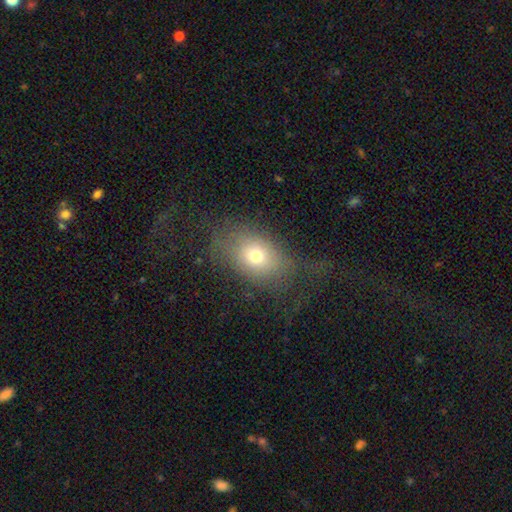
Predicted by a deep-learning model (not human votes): smooth 68%, featured or disk 18%, star or artifact 14%. Down the decision tree: how rounded — in between (71%); merging — none (60%).